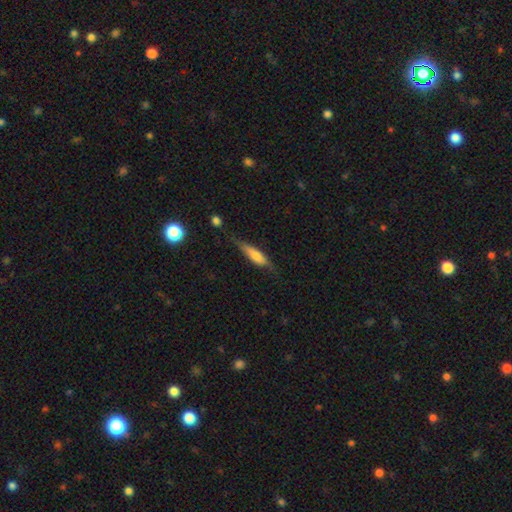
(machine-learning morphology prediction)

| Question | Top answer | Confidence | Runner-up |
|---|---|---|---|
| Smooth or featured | smooth | 60% | featured or disk (34%) |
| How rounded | cigar-shaped | 61% | in between (37%) |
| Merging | none | 57% | minor disturbance (30%) |